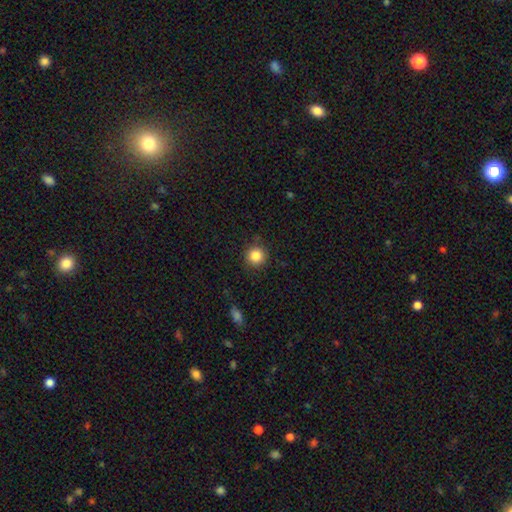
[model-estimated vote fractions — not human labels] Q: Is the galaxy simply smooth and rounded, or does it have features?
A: smooth — 85%.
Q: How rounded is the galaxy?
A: round — 93%.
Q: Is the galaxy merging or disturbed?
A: none — 88%.